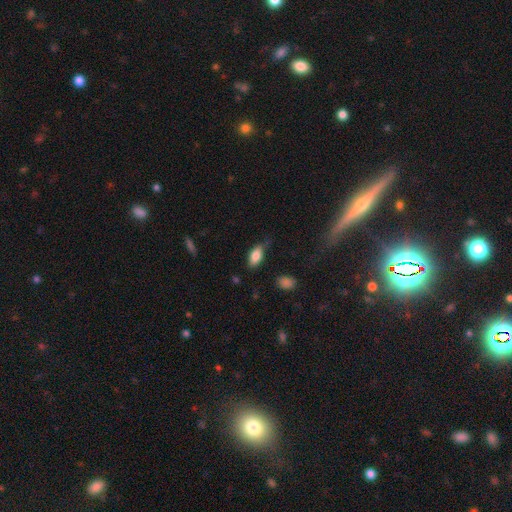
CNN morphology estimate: Smooth or featured: smooth — 80% (featured or disk — 12%)
How rounded: in between — 89% (cigar-shaped — 8%)
Merging: none — 62% (minor disturbance — 28%)